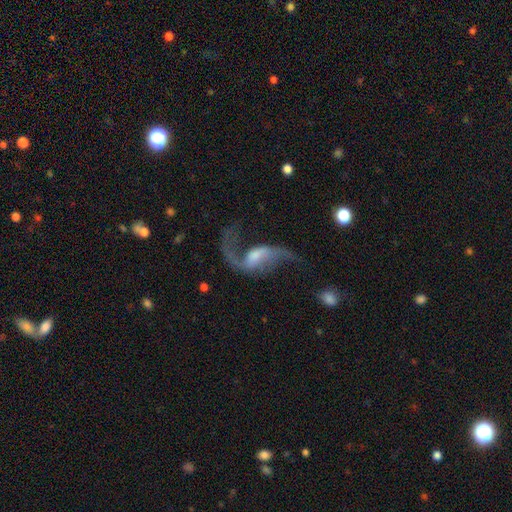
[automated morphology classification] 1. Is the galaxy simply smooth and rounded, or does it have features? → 87% featured or disk, 7% smooth, 6% star or artifact.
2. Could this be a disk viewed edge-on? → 96% no, 4% yes.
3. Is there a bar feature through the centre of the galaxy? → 48% weak, 31% no, 22% strong.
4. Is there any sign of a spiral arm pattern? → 95% yes, 5% no.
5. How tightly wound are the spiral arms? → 87% loose, 11% medium, 2% tight.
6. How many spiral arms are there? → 89% 2, 6% 1, 2% can't tell, 1% 3, 1% 4, 1% more than 4.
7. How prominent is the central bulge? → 33% small, 31% moderate, 23% none, 11% large, 3% dominant.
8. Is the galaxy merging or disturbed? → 56% none, 23% major disturbance, 16% minor disturbance, 5% merger.